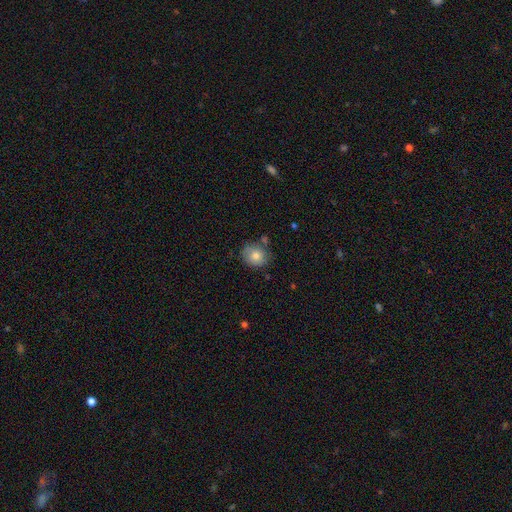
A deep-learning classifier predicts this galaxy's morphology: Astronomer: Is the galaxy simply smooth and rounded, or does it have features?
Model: smooth — 75%.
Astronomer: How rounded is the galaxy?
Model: round — 76%.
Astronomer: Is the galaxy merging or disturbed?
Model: none — 71%.